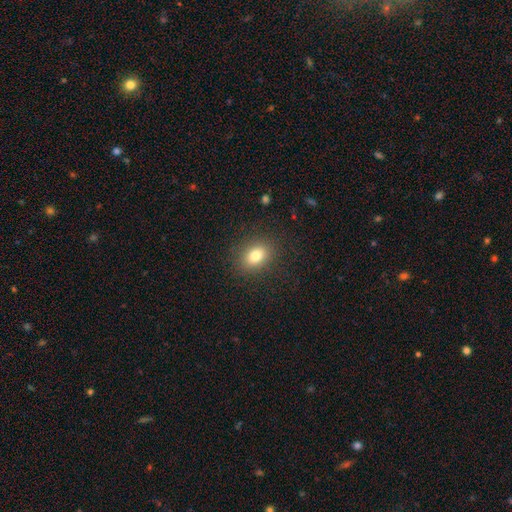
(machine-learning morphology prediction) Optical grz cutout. It shows a smooth galaxy with no disk features (81%) that is in between round and cigar-shaped (63%). Merging: none (87%).